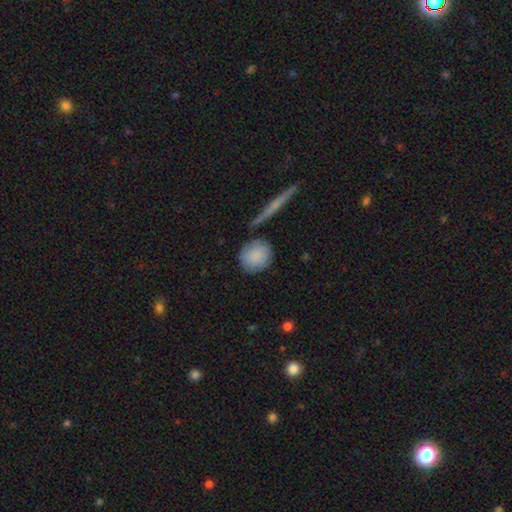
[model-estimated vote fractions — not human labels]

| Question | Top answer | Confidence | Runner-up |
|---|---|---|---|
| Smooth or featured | smooth | 85% | featured or disk (9%) |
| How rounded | round | 83% | in between (15%) |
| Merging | none | 74% | minor disturbance (15%) |